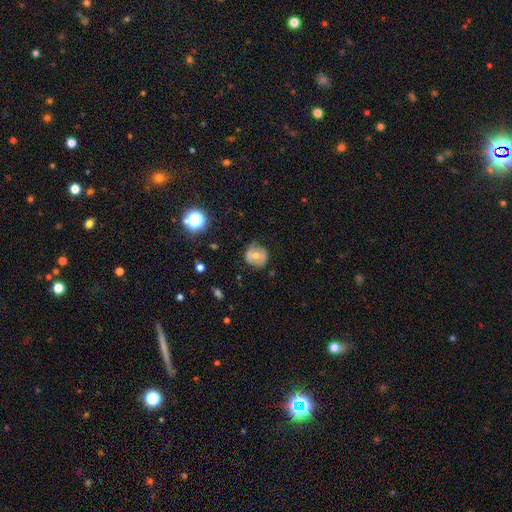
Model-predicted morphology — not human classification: smooth_or_featured: smooth (p=0.46) [alt: featured or disk p=0.44]
merging: none (p=0.72) [alt: minor disturbance p=0.21]